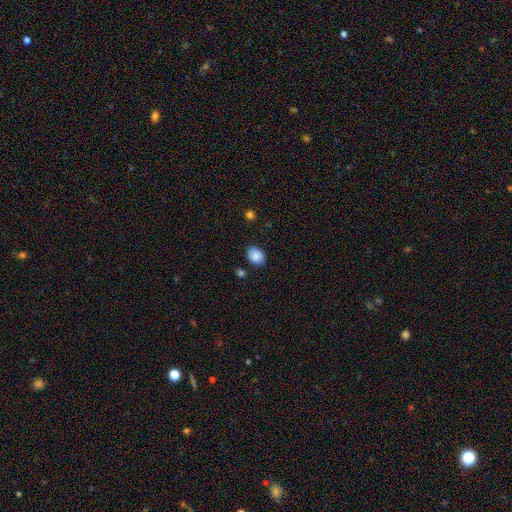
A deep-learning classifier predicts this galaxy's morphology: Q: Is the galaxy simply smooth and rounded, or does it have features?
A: smooth — 88%.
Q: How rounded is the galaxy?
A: in between — 68%.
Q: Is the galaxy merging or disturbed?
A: none — 81%.